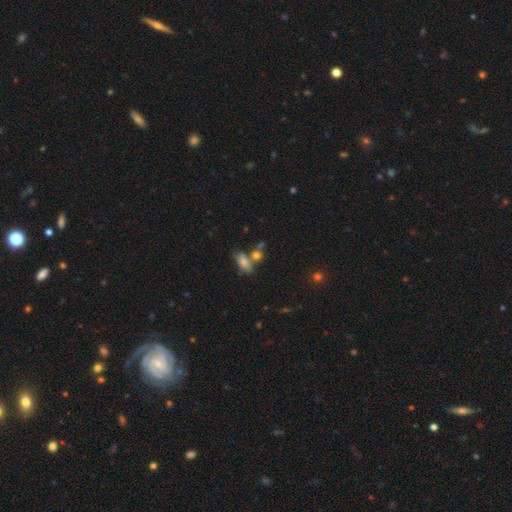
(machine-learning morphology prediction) Overall: featured or disk (37%; smooth 36%). Merging: none (47%; merger 33%).